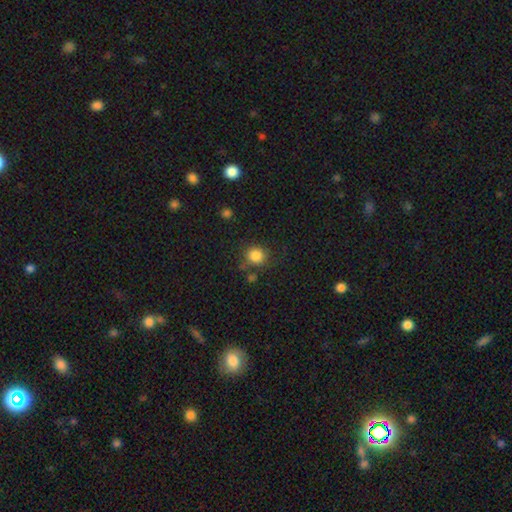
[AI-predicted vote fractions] smooth_or_featured: smooth (p=0.84) [alt: star or artifact p=0.11]
how_rounded: round (p=0.84) [alt: in between p=0.15]
merging: none (p=0.72) [alt: minor disturbance p=0.15]